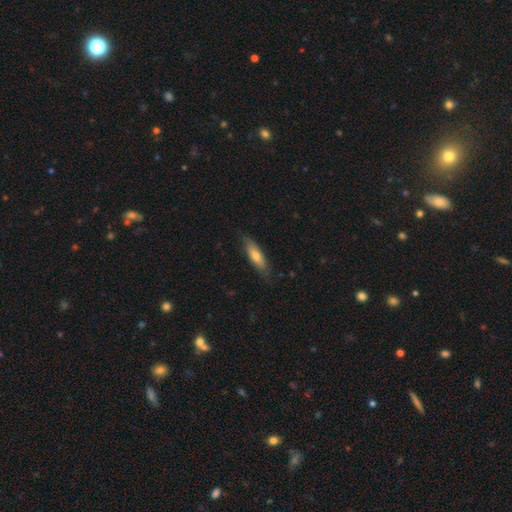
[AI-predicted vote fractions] This is likely a smooth galaxy (68%). How rounded: possibly cigar-shaped (54%). Merging: likely none (78%).